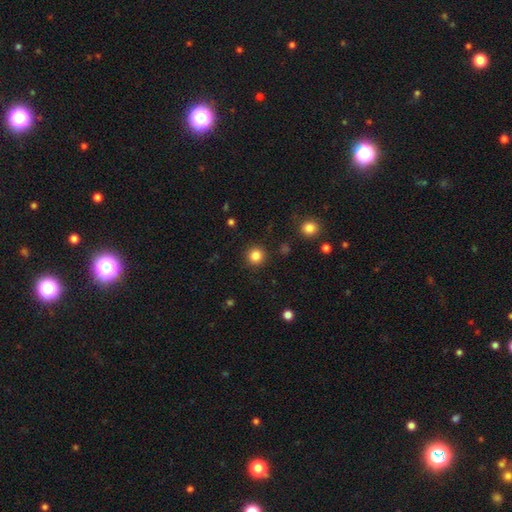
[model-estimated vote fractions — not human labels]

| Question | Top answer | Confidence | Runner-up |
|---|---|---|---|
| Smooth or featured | smooth | 84% | star or artifact (11%) |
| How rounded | round | 94% | in between (5%) |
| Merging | none | 91% | minor disturbance (5%) |